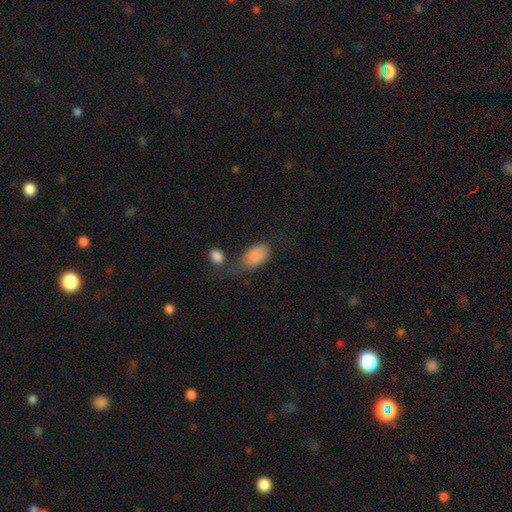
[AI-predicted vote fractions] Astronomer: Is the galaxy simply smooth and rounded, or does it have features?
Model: smooth — 84%.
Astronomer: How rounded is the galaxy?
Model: in between — 92%.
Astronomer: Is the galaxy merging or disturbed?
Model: none — 36% (runner-up: minor disturbance, 27%).